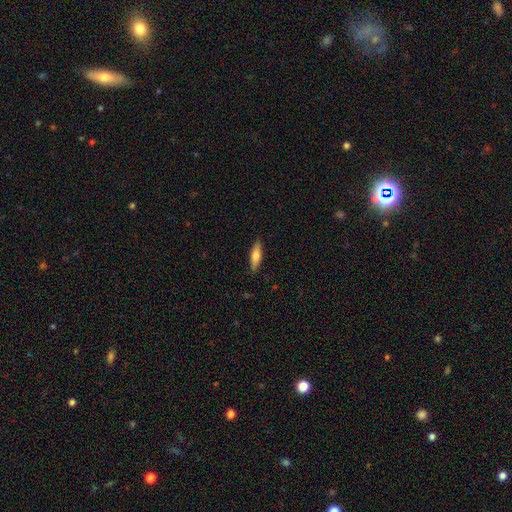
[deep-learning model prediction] smooth_or_featured: smooth (p=0.71) [alt: featured or disk p=0.23]
how_rounded: cigar-shaped (p=0.59) [alt: in between p=0.40]
merging: none (p=0.87) [alt: minor disturbance p=0.10]